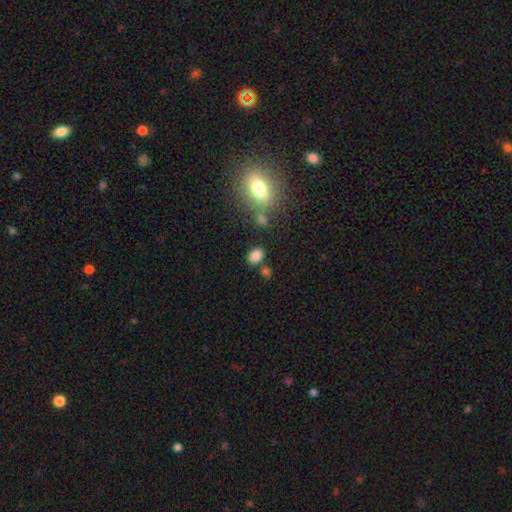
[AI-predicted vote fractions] Q: Smooth or featured?
A: smooth (83%); runner-up: star or artifact (11%)
Q: How rounded?
A: in between (74%); runner-up: round (25%)
Q: Merging?
A: none (73%); runner-up: minor disturbance (12%)